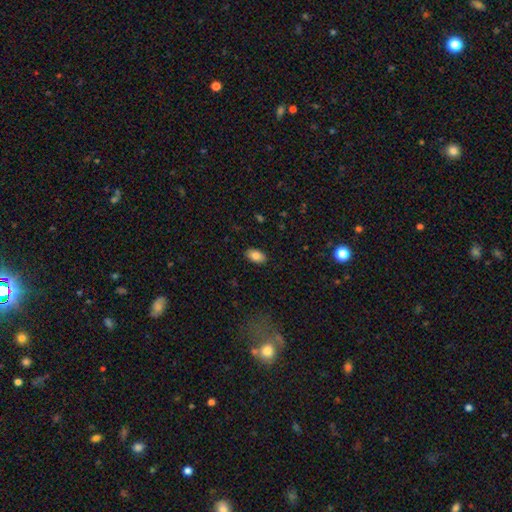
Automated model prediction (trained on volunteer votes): Q: Smooth or featured?
A: smooth (84%); runner-up: featured or disk (8%)
Q: How rounded?
A: in between (92%); runner-up: round (6%)
Q: Merging?
A: none (88%); runner-up: minor disturbance (9%)